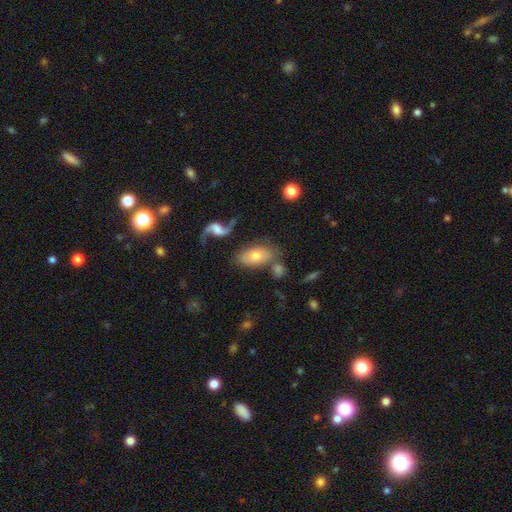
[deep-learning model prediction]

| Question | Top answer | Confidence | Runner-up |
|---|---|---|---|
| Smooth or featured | smooth | 58% | featured or disk (33%) |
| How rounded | in between | 90% | round (7%) |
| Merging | none | 60% | minor disturbance (17%) |